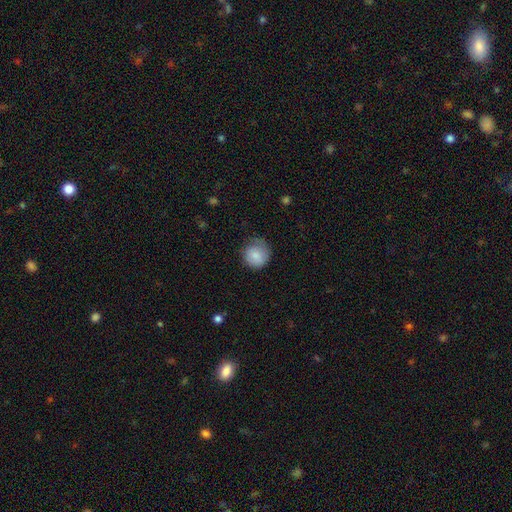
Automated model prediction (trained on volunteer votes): A smooth galaxy with no disk features (83%) that is round (88%).

Vote fractions:
- Smooth or featured? smooth: 83% / featured or disk: 11% / star or artifact: 7%
- How rounded? round: 88% / in between: 11% / cigar-shaped: 1%
- Merging? none: 59% / minor disturbance: 28% / major disturbance: 11% / merger: 1%